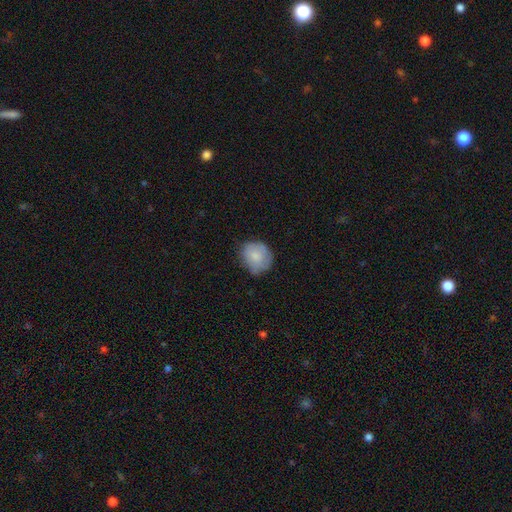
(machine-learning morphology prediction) Overall: smooth (77%). How rounded: round (76%). Merging: none (63%; minor disturbance 29%).